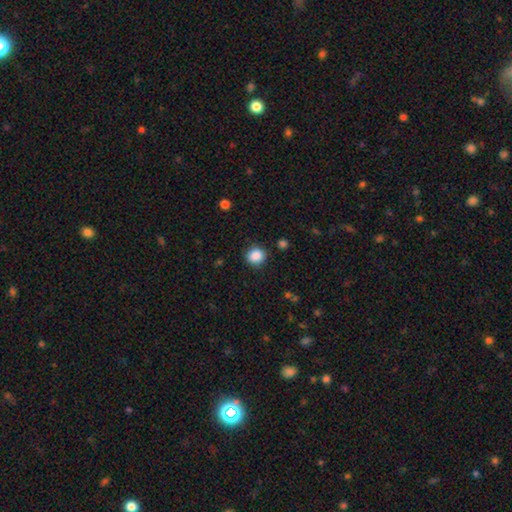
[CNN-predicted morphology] Smooth or featured?
  - smooth: 88% *
  - star or artifact: 9%
  - featured or disk: 3%
How rounded?
  - round: 80% *
  - in between: 19%
  - cigar-shaped: 1%
Merging?
  - none: 87% *
  - minor disturbance: 9%
  - major disturbance: 3%
  - merger: 2%